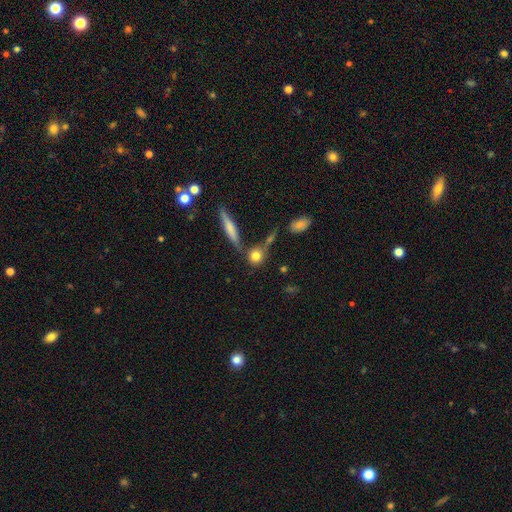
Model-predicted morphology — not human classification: smooth_or_featured: smooth (p=0.79) [alt: featured or disk p=0.12]
how_rounded: round (p=0.78) [alt: in between p=0.15]
merging: none (p=0.63) [alt: merger p=0.19]